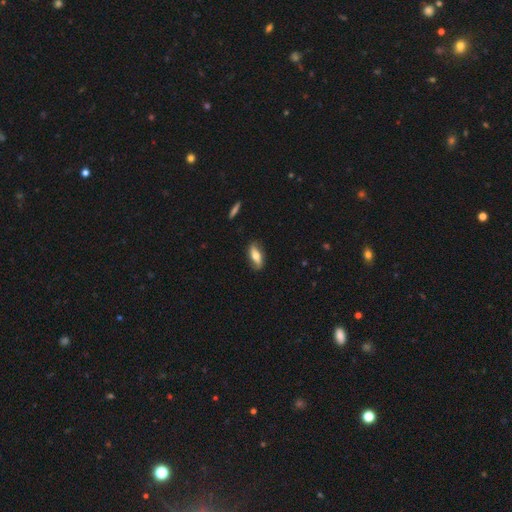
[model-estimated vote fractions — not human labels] smooth 59%, featured or disk 35%, star or artifact 7%. Down the decision tree: how rounded — in between (73%); merging — none (82%).